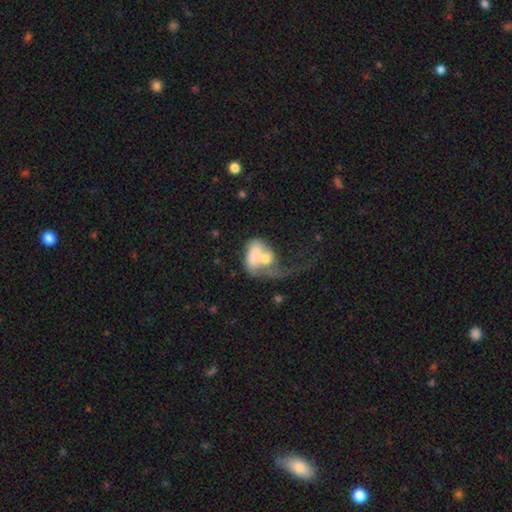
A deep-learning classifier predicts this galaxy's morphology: Smooth or featured? smooth (53%)
How rounded? in between (73%)
Merging? merger (49%)